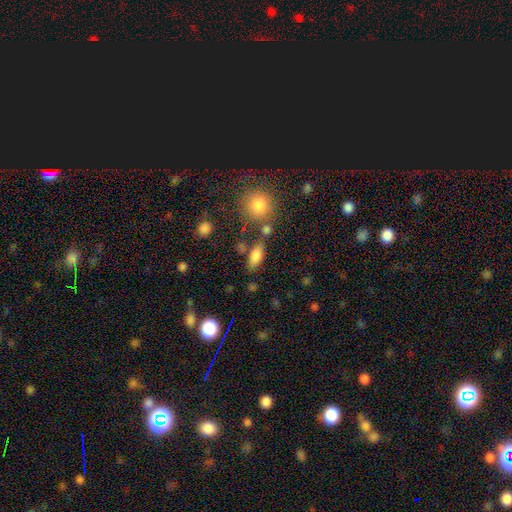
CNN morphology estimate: This is likely a smooth galaxy (79%). How rounded: likely in between (77%). Merging: likely none (68%).